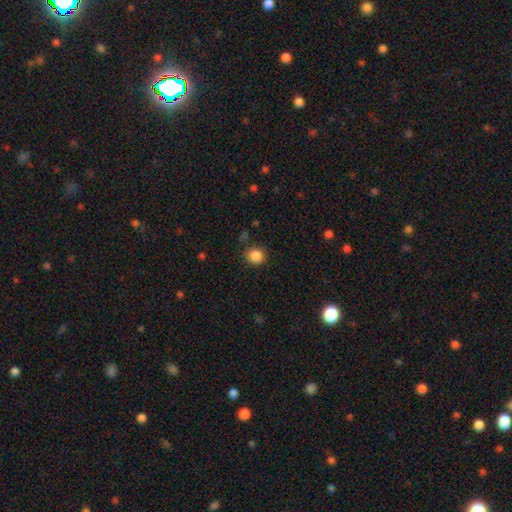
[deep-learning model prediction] Overall: smooth (87%). How rounded: round (88%). Merging: none (85%).